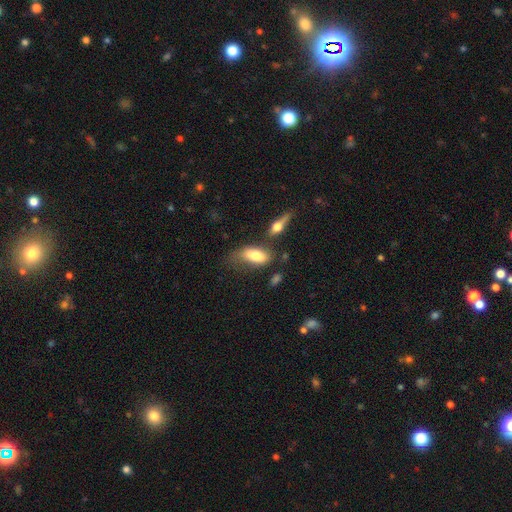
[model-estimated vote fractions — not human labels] smooth 74%, featured or disk 19%, star or artifact 7%. Down the decision tree: how rounded — in between (86%); merging — none (41%).